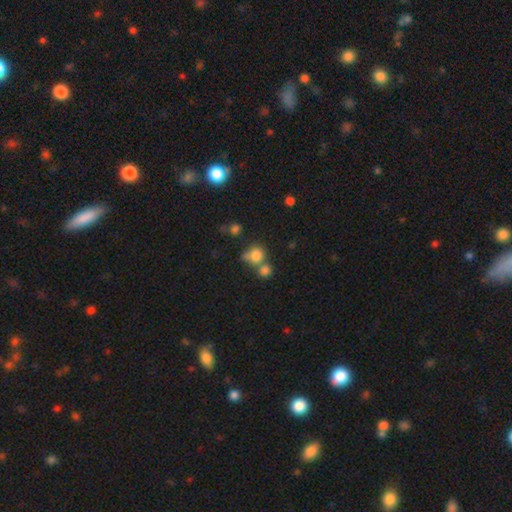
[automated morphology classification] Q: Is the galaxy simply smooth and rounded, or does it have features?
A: smooth — 78%.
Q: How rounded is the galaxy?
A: round — 83%.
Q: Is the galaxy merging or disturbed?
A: none — 48%.